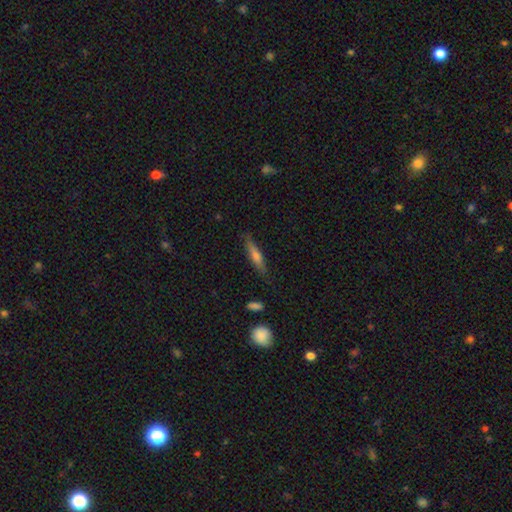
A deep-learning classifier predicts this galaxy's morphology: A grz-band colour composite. It shows a smooth galaxy with no disk features (54%) that is cigar-shaped (84%). Merging: none (83%).